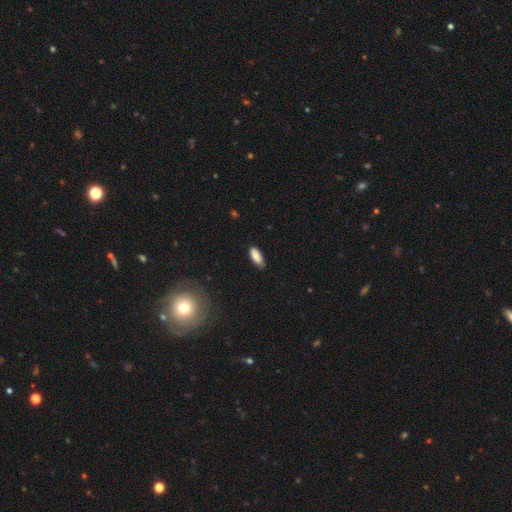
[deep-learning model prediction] A smooth galaxy with no disk features (87%) that is in between round and cigar-shaped (82%). Merging: none (75%).